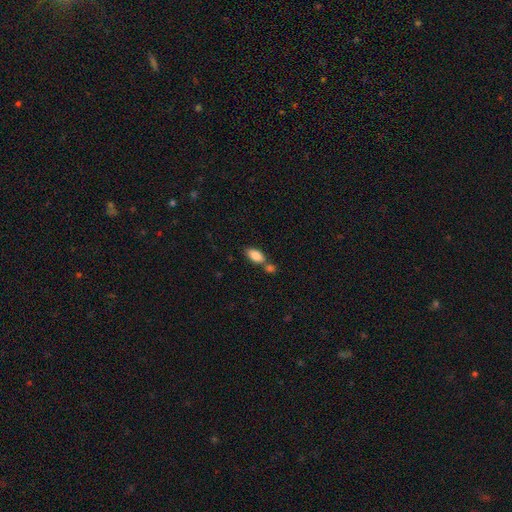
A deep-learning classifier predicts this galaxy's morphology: The model was most divided on "merging": none: 51%, merger: 33%, minor disturbance: 12%, major disturbance: 4%. More confident: how rounded — in between (89%); smooth or featured — smooth (83%).